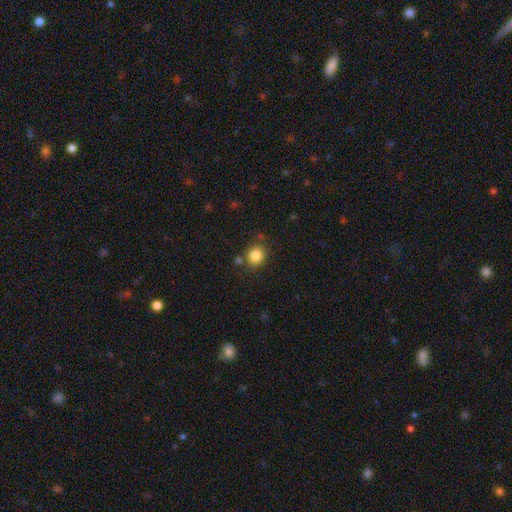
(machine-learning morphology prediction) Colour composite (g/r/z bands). It shows a smooth galaxy with no disk features (83%) that is round (74%). Merging: none (76%).